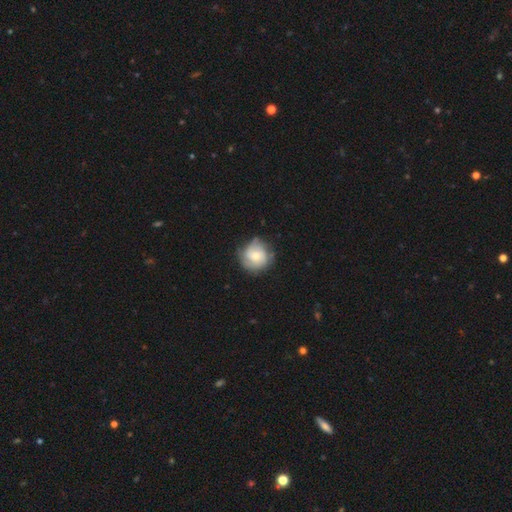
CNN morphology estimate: Q: Smooth or featured?
A: featured or disk (48%); runner-up: smooth (45%)
Q: Merging?
A: none (67%); runner-up: minor disturbance (23%)